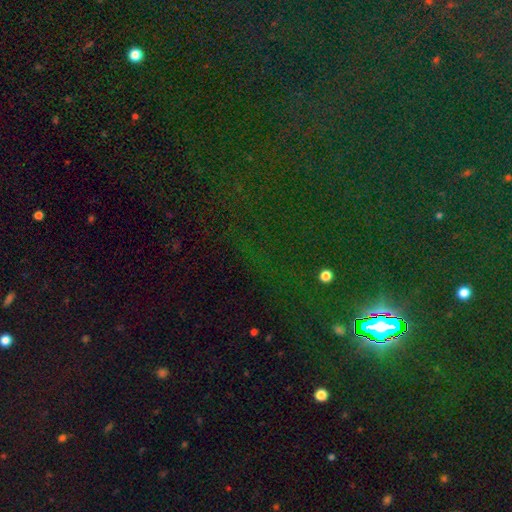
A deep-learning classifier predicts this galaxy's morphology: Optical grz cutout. It shows a star or artifact, not a galaxy (84%).